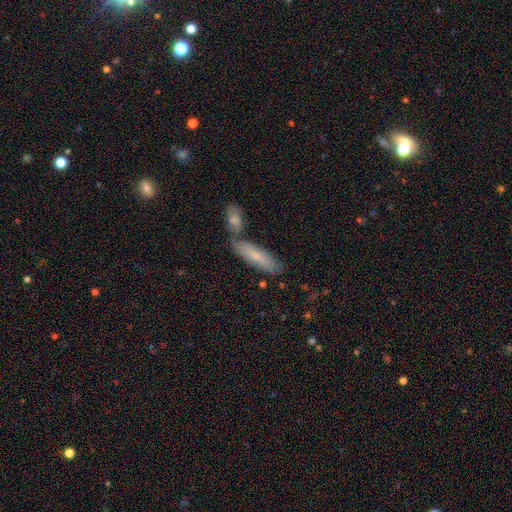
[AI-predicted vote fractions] This is likely a smooth galaxy (71%). How rounded: likely cigar-shaped (62%). Merging: possibly none (60%).